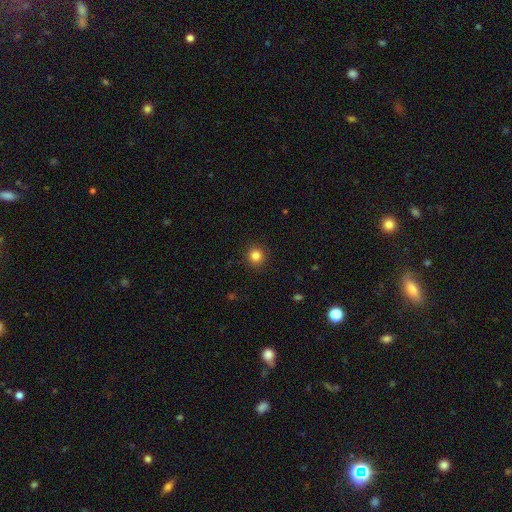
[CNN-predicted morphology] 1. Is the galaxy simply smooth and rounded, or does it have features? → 84% smooth, 12% star or artifact, 5% featured or disk.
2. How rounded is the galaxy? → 93% round, 6% in between, 1% cigar-shaped.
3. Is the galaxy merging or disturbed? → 91% none, 6% minor disturbance, 2% major disturbance, 1% merger.